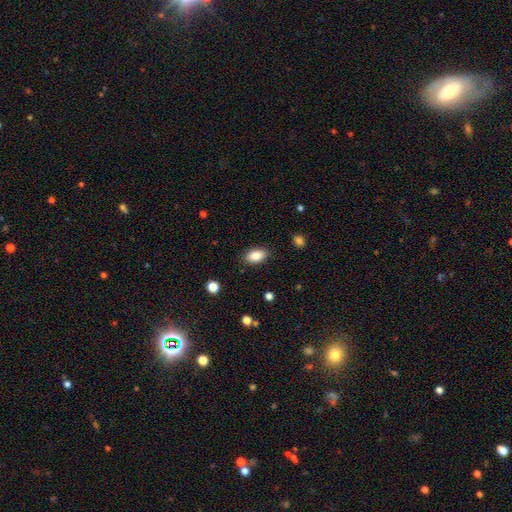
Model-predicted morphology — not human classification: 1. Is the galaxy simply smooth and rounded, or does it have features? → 87% smooth, 8% star or artifact, 6% featured or disk.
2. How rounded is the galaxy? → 93% in between, 5% round, 3% cigar-shaped.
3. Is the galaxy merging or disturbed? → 87% none, 9% minor disturbance, 2% major disturbance, 1% merger.